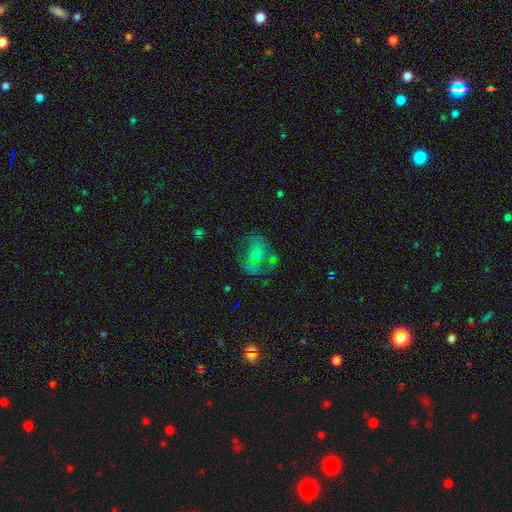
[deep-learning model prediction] Smooth or featured?
  - featured or disk: 48% *
  - smooth: 30%
  - star or artifact: 21%
Merging?
  - none: 52% *
  - major disturbance: 22%
  - minor disturbance: 20%
  - merger: 7%